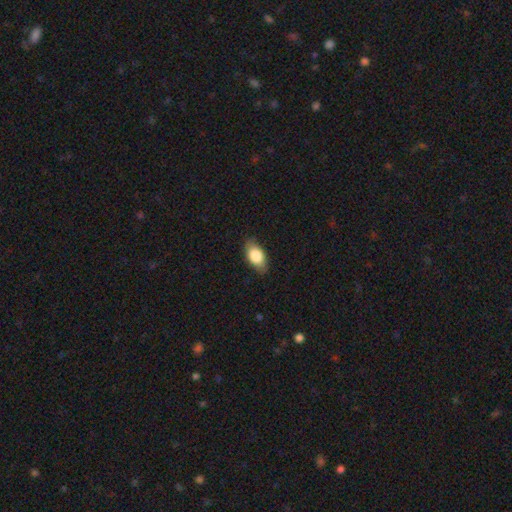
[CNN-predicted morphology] smooth 82%, featured or disk 12%, star or artifact 6%. Down the decision tree: how rounded — in between (90%); merging — none (83%).